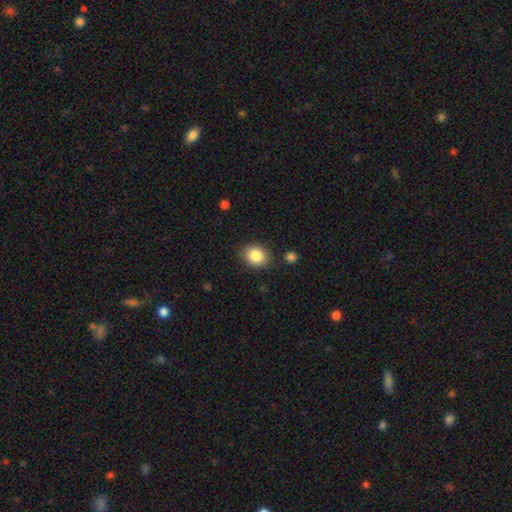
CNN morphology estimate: A smooth galaxy with no disk features (85%) that is round (56%). Merging: none (85%).